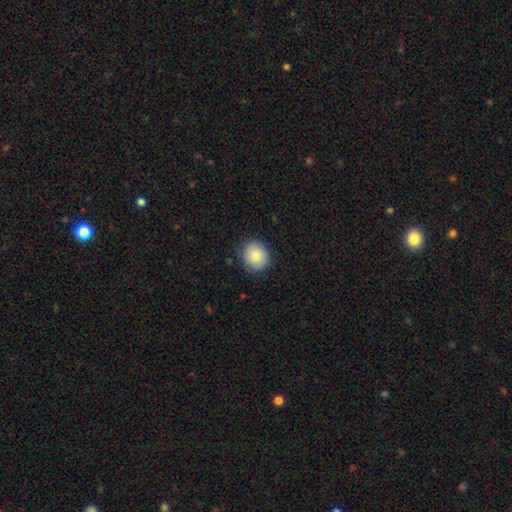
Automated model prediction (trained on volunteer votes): The model was most divided on "how rounded": round: 84%, in between: 16%, cigar-shaped: 1%. More confident: merging — none (86%); smooth or featured — smooth (84%).